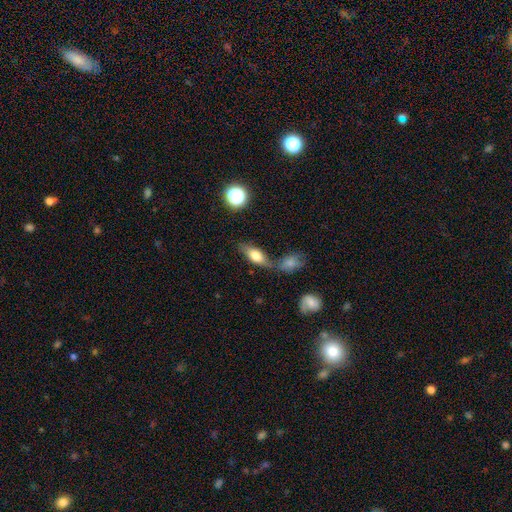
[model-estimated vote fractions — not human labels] smooth-or-featured: smooth: 62% | featured or disk: 29% | star or artifact: 9%
  how-rounded: in between: 72% | cigar-shaped: 22% | round: 6%
  merging: none: 52% | merger: 24% | minor disturbance: 17% | major disturbance: 7%